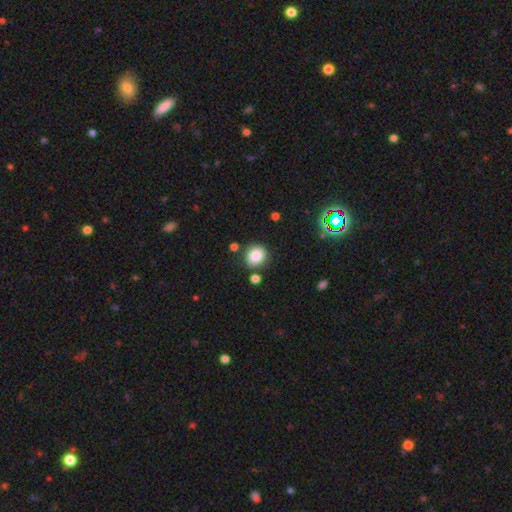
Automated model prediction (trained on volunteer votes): Morphology: type=smooth (84%); roundness=round (77%); merging=none (77%).